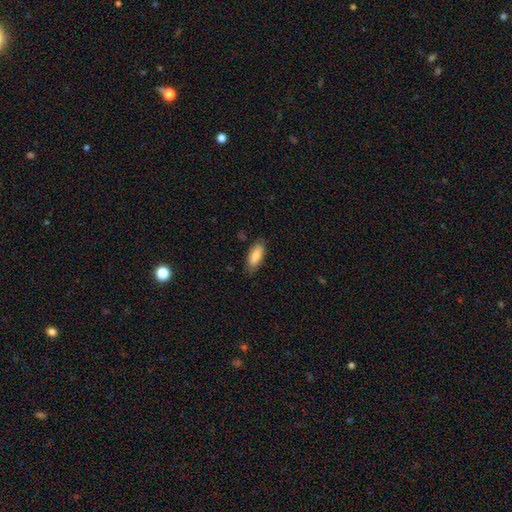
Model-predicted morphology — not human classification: A smooth galaxy with no disk features (81%) that is in between round and cigar-shaped (77%).

Vote fractions:
- Smooth or featured? smooth: 81% / featured or disk: 13% / star or artifact: 6%
- How rounded? in between: 77% / cigar-shaped: 21% / round: 2%
- Merging? none: 80% / minor disturbance: 16% / major disturbance: 3% / merger: 1%